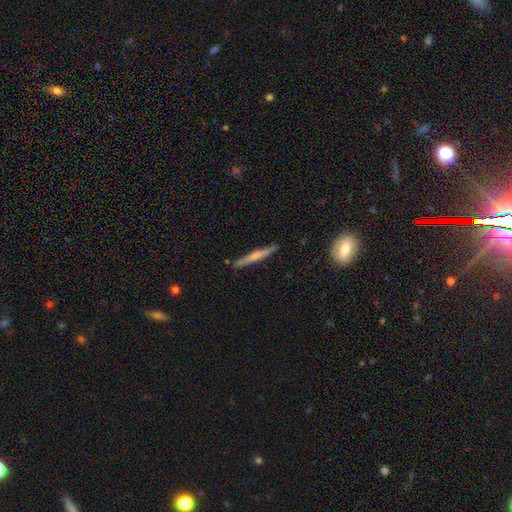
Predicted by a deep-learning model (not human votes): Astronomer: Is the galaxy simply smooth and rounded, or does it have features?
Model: smooth — 49% (runner-up: featured or disk, 45%).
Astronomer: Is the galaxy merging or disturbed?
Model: none — 87%.